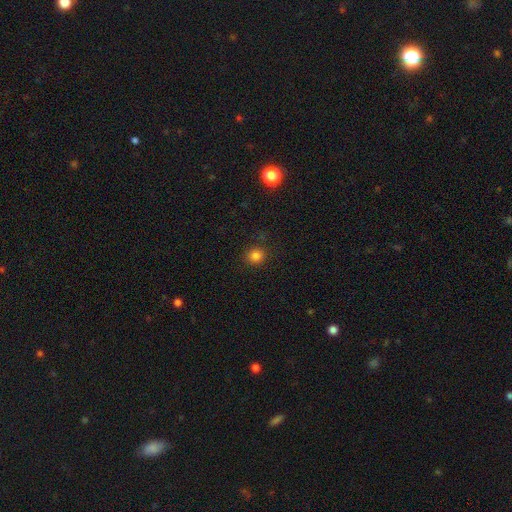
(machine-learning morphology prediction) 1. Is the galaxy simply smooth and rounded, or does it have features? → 81% smooth, 14% star or artifact, 4% featured or disk.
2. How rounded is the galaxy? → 89% round, 10% in between, 1% cigar-shaped.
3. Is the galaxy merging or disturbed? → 88% none, 8% minor disturbance, 3% major disturbance, 1% merger.